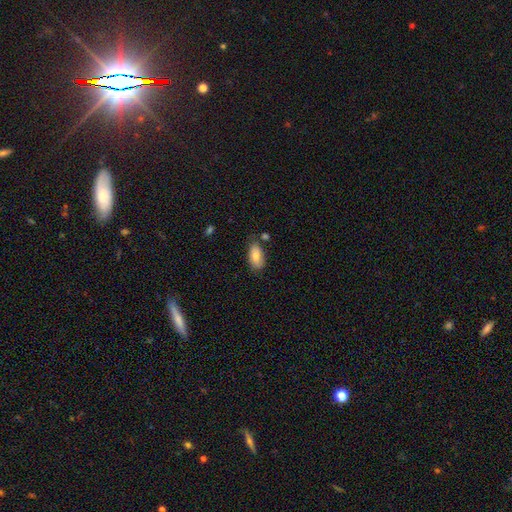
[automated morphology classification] The model was most divided on "merging": none: 69%, minor disturbance: 21%, merger: 6%, major disturbance: 4%. More confident: how rounded — in between (92%); smooth or featured — smooth (79%).